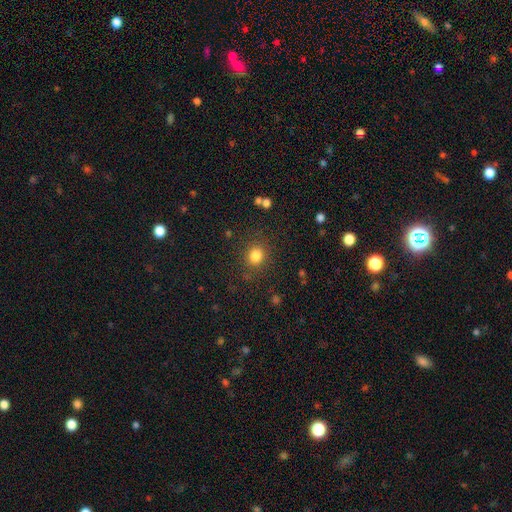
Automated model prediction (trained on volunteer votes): Morphology: type=smooth (82%); roundness=round (83%); merging=none (85%).